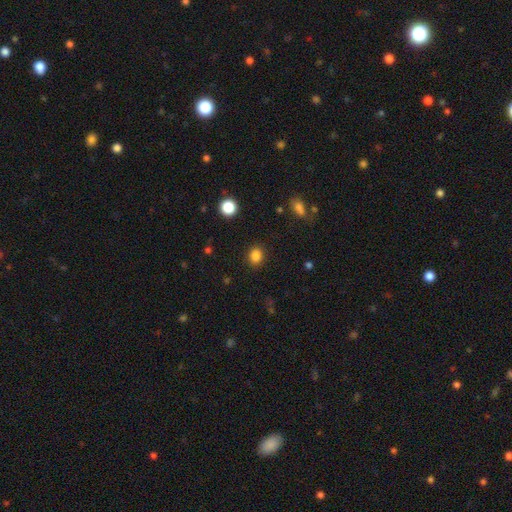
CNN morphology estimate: type=smooth (85%); roundness=round (64%); merging=none (88%).